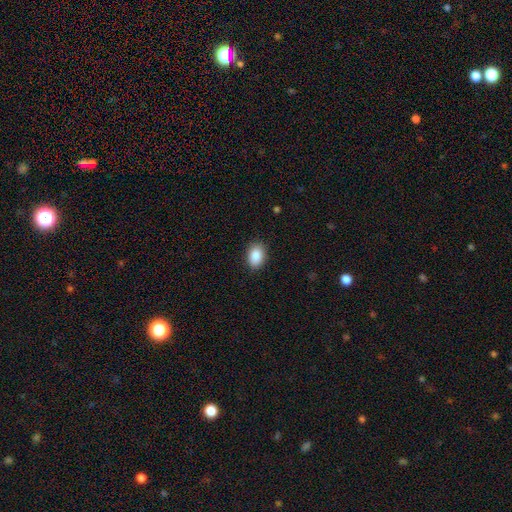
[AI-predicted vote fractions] Morphology: type=smooth (89%); roundness=in between (84%); merging=none (87%).